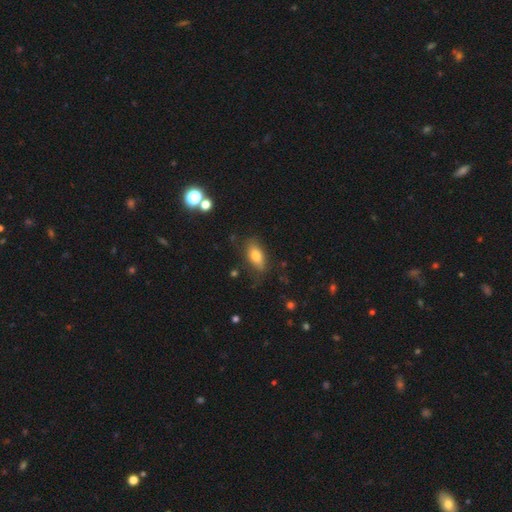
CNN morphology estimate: Smooth or featured? smooth (77%)
How rounded? in between (85%)
Merging? none (72%)